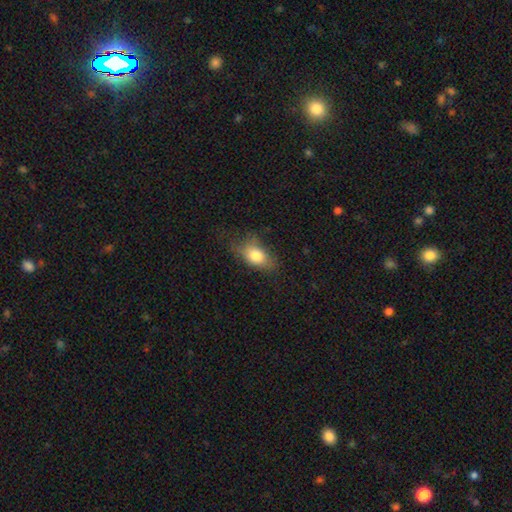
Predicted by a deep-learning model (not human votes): Overall: smooth (79%). How rounded: in between (82%). Merging: none (57%; minor disturbance 28%).